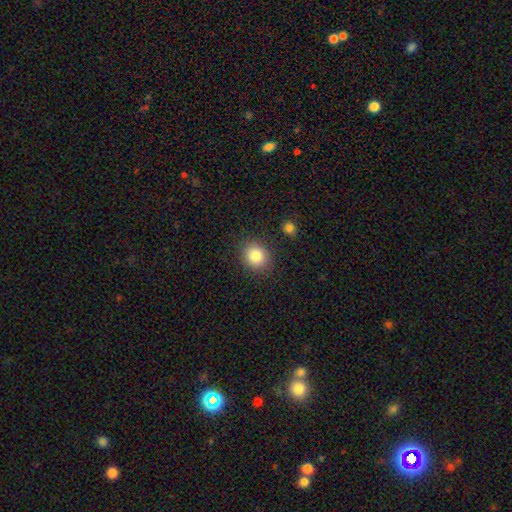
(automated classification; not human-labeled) smooth_or_featured: smooth (p=0.84) [alt: star or artifact p=0.10]
how_rounded: round (p=0.77) [alt: in between p=0.22]
merging: none (p=0.87) [alt: minor disturbance p=0.08]